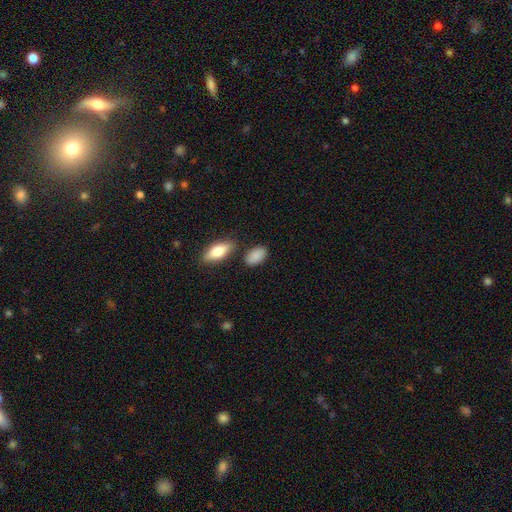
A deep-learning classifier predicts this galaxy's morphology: Smooth or featured?
  - smooth: 88% *
  - star or artifact: 6%
  - featured or disk: 6%
How rounded?
  - in between: 90% *
  - round: 7%
  - cigar-shaped: 3%
Merging?
  - none: 78% *
  - minor disturbance: 13%
  - merger: 6%
  - major disturbance: 3%